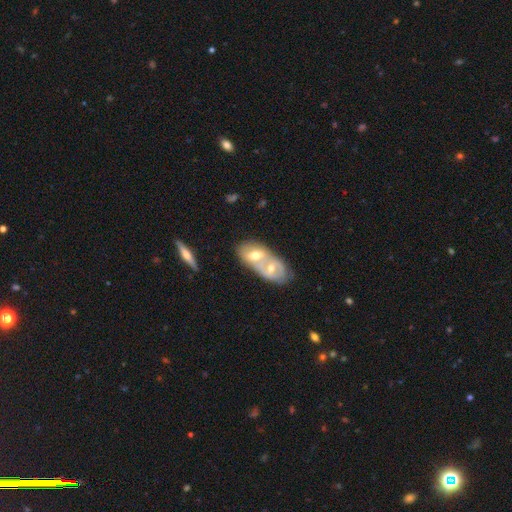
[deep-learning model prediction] Smooth or featured?
  - featured or disk: 60% *
  - smooth: 31%
  - star or artifact: 9%
Edge-on disk?
  - no: 88% *
  - yes: 12%
Bar?
  - no: 82% *
  - weak: 14%
  - strong: 4%
Spiral arms?
  - no: 64% *
  - yes: 36%
Bulge size?
  - moderate: 59% *
  - small: 33%
  - large: 4%
  - none: 3%
  - dominant: 1%
Merging?
  - merger: 66% *
  - none: 23%
  - minor disturbance: 7%
  - major disturbance: 4%